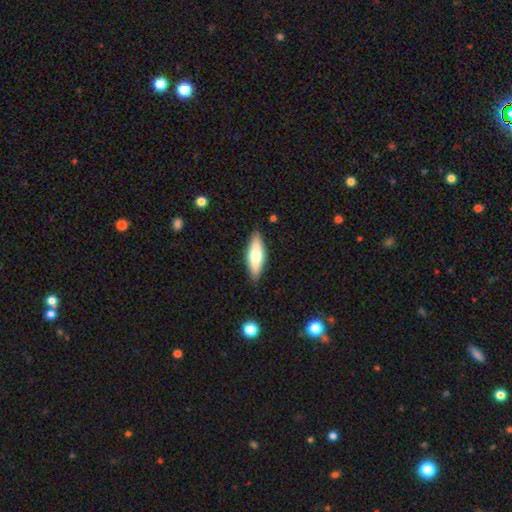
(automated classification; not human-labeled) This is likely a smooth galaxy (61%). How rounded: possibly in between (54%). Merging: clearly none (87%).